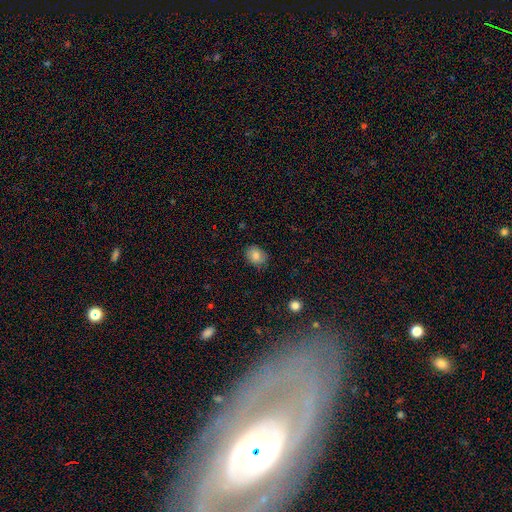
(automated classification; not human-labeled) Smooth or featured: smooth — 84% (star or artifact — 9%)
How rounded: in between — 54% (round — 45%)
Merging: none — 82% (minor disturbance — 14%)